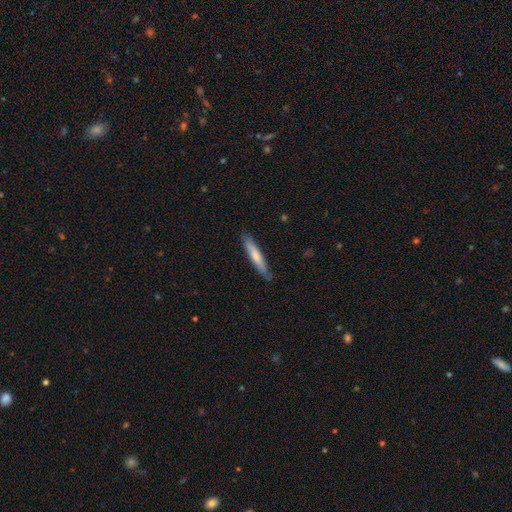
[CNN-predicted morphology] smooth-or-featured: smooth: 67% | featured or disk: 28% | star or artifact: 5%
  how-rounded: cigar-shaped: 91% | in between: 8% | round: 1%
  merging: none: 83% | minor disturbance: 14% | major disturbance: 2% | merger: 1%